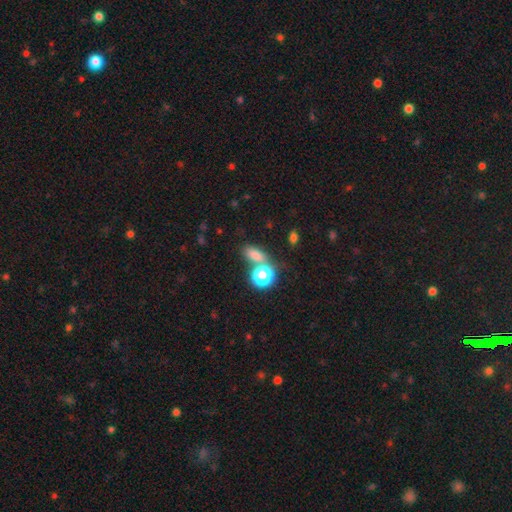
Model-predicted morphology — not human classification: Q: Smooth or featured?
A: smooth (72%); runner-up: star or artifact (20%)
Q: How rounded?
A: in between (67%); runner-up: round (27%)
Q: Merging?
A: none (57%); runner-up: merger (27%)